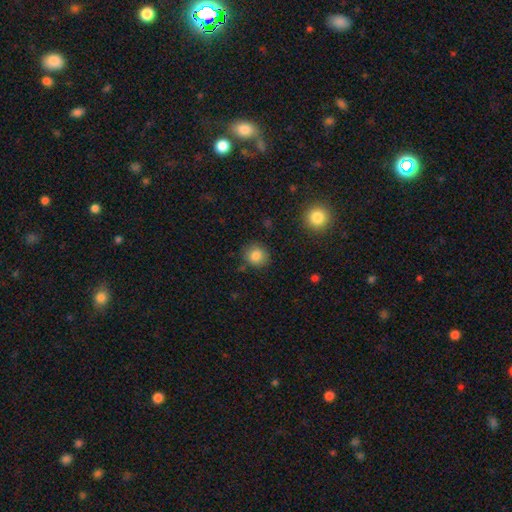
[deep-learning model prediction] Overall: smooth (84%). How rounded: round (84%). Merging: none (83%).